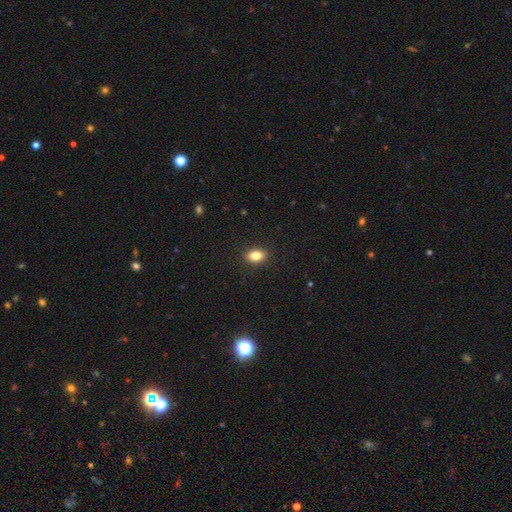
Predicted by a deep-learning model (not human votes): A smooth galaxy with no disk features (82%) that is in between round and cigar-shaped (79%). Merging: none (89%).